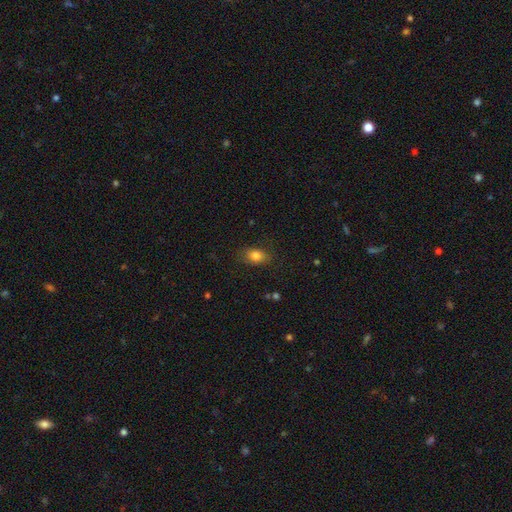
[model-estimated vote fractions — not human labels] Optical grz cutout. It shows a smooth galaxy with no disk features (82%) that is in between round and cigar-shaped (75%). Merging: none (80%).